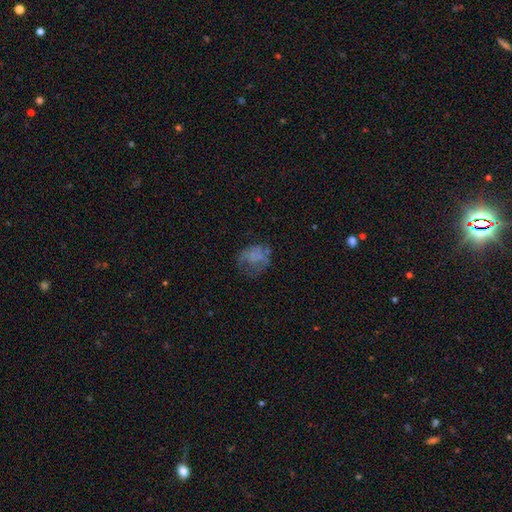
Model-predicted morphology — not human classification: This is possibly a smooth galaxy (52%). How rounded: possibly round (54%). Merging: marginally none (42%).